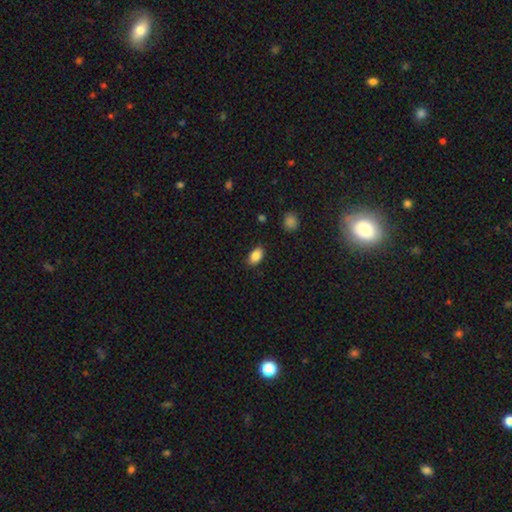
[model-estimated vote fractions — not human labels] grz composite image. It shows a smooth galaxy with no disk features (86%) that is in between round and cigar-shaped (88%). Merging: none (86%).